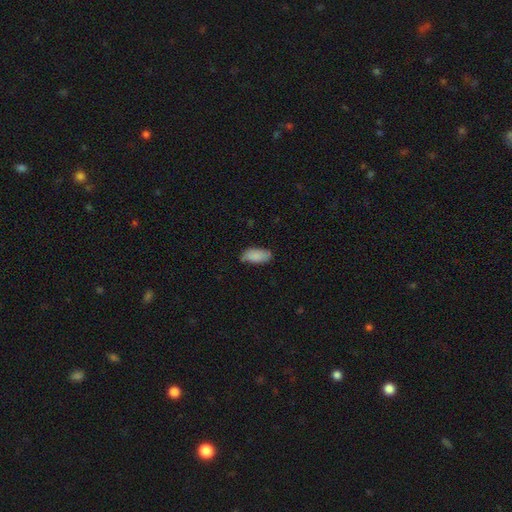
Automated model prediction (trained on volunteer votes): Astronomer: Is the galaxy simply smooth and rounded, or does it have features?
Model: smooth — 87%.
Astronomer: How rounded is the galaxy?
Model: in between — 91%.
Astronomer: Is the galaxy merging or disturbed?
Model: none — 70%.